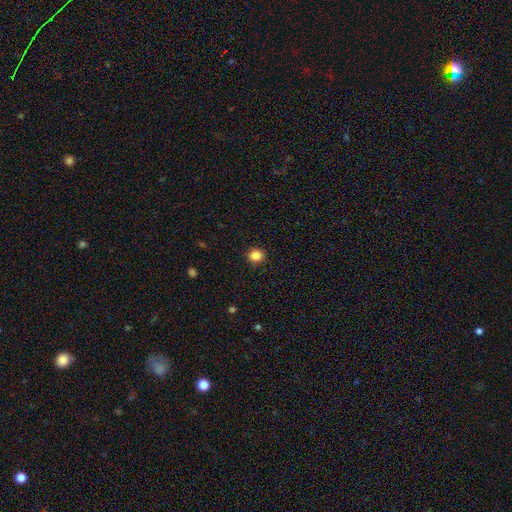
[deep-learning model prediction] This appears to be a smooth galaxy with no disk features (85%) that is round (89%). Merging: none (92%).